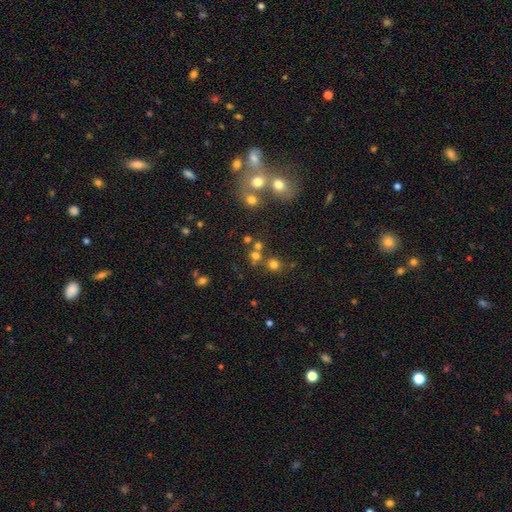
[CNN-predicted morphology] Smooth or featured? smooth (66%)
How rounded? round (87%)
Merging? none (61%)